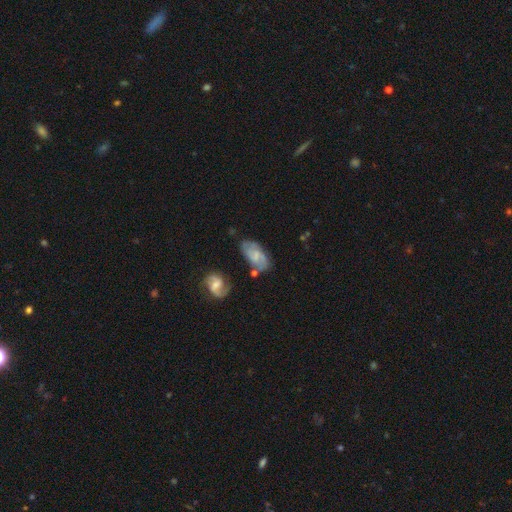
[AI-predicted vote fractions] This is possibly a featured or disk galaxy (59%). It is clearly not viewed edge-on (94%). Bar: possibly weak (48%). Spiral arm pattern: clearly yes (85%). Central bulge: marginally small (43%). Merging: likely none (60%).